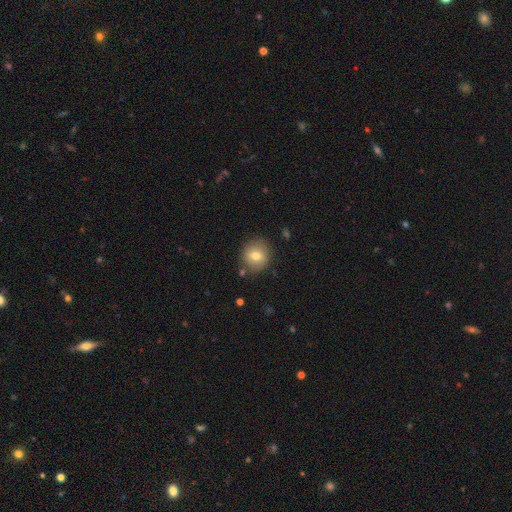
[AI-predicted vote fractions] Overall: smooth (72%). How rounded: round (86%). Merging: none (83%).